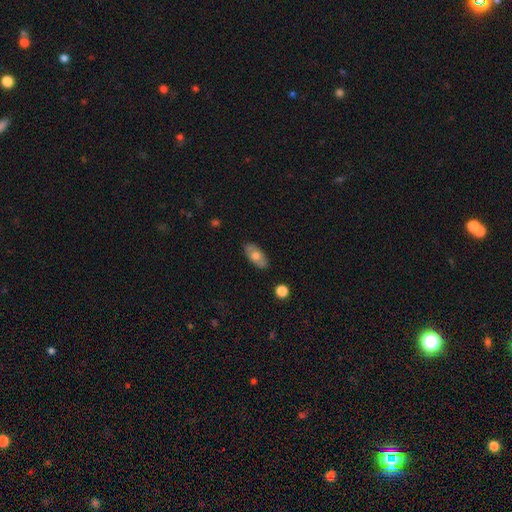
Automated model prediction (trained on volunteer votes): This is likely a smooth galaxy (62%). How rounded: clearly in between (90%). Merging: clearly none (83%).